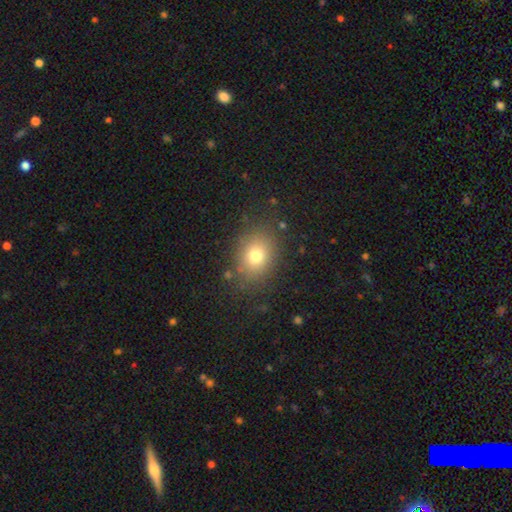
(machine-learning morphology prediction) Smooth or featured? smooth (74%)
How rounded? in between (51%)
Merging? none (82%)